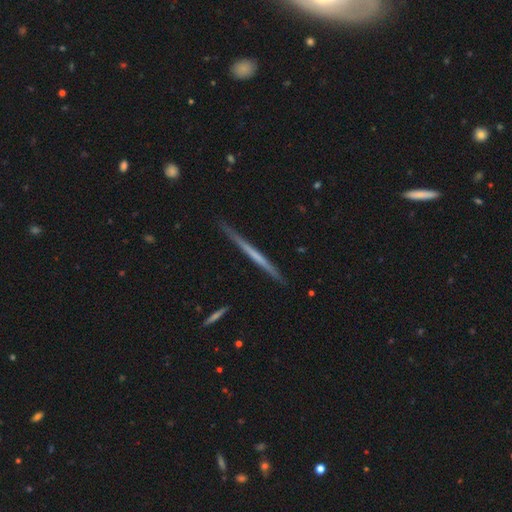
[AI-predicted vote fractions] Smooth or featured: featured or disk — 57% (smooth — 38%)
Edge-on disk: yes — 97% (no — 3%)
Edge-on bulge: none — 89% (rounded — 7%)
Merging: none — 87% (minor disturbance — 10%)